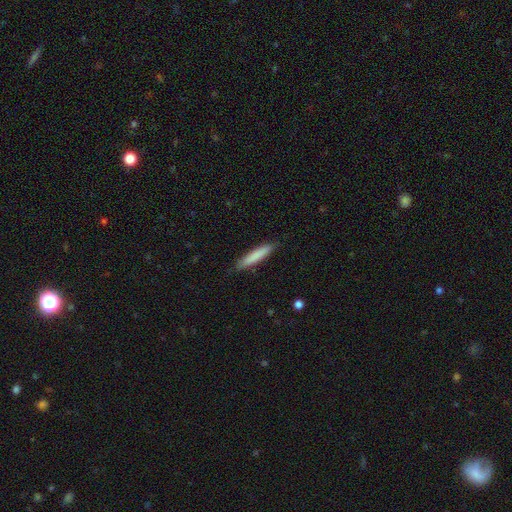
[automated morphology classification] smooth-or-featured: smooth: 81% | featured or disk: 13% | star or artifact: 6%
  how-rounded: cigar-shaped: 91% | in between: 8% | round: 1%
  merging: none: 87% | minor disturbance: 10% | major disturbance: 2% | merger: 1%